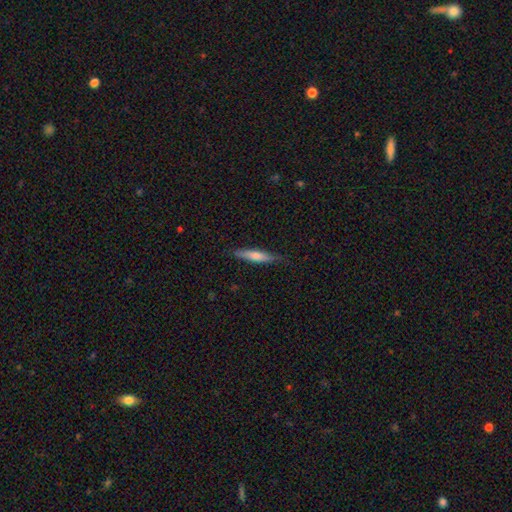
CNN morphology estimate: Smooth or featured? Predicted: smooth (p=0.59). How rounded? Predicted: cigar-shaped (p=0.88). Merging? Predicted: none (p=0.84).